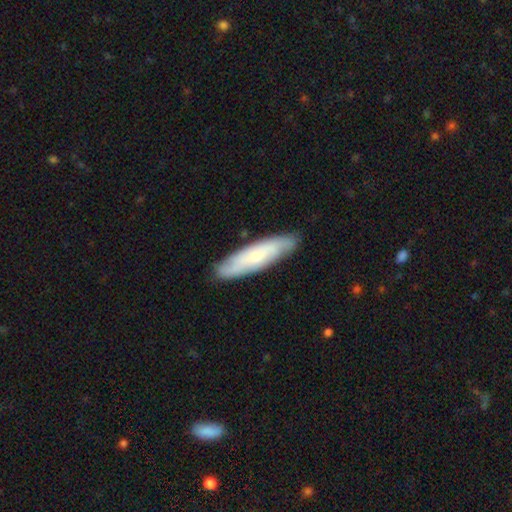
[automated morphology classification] smooth_or_featured: featured or disk (p=0.51) [alt: smooth p=0.44]
disk_edge_on: no (p=0.63) [alt: yes p=0.37]
merging: none (p=0.85) [alt: minor disturbance p=0.12]